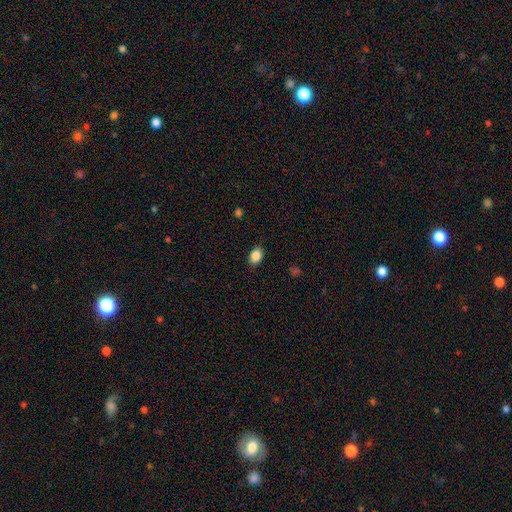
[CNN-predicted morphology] smooth-or-featured: smooth: 87% | star or artifact: 9% | featured or disk: 4%
  how-rounded: in between: 76% | round: 22% | cigar-shaped: 1%
  merging: none: 86% | minor disturbance: 11% | major disturbance: 2% | merger: 1%